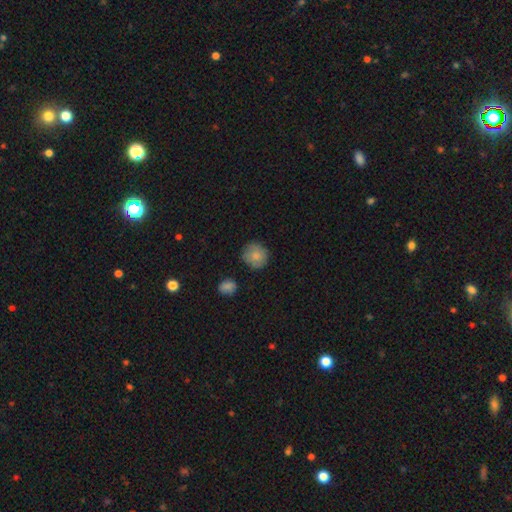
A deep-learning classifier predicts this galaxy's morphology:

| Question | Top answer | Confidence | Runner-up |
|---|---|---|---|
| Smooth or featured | smooth | 83% | featured or disk (10%) |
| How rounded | round | 90% | in between (9%) |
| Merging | none | 80% | minor disturbance (14%) |